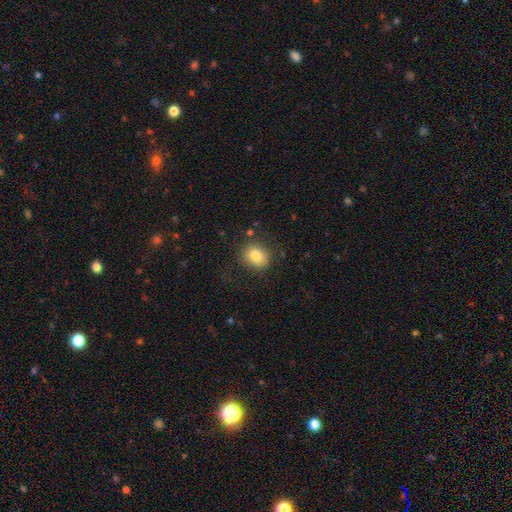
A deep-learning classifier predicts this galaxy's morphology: Smooth or featured? smooth (81%)
How rounded? round (52%)
Merging? none (83%)